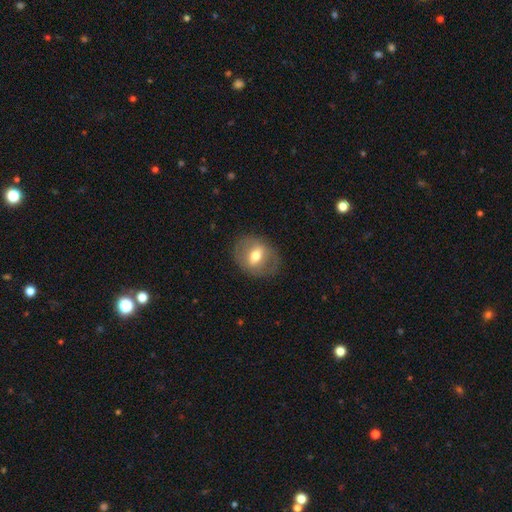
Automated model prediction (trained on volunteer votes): smooth_or_featured: featured or disk (p=0.46) [tied with: smooth p=0.46]
merging: none (p=0.80) [alt: minor disturbance p=0.12]